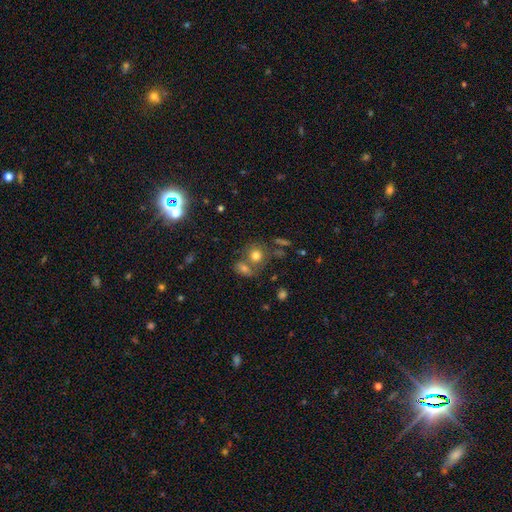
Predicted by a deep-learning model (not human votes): Smooth or featured: smooth — 75% (star or artifact — 13%)
How rounded: round — 77% (in between — 22%)
Merging: none — 51% (merger — 33%)